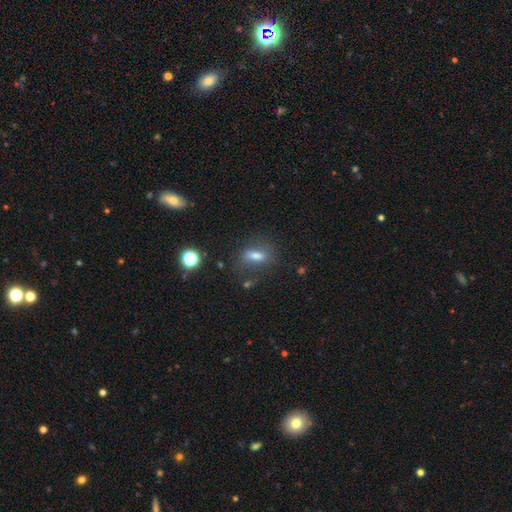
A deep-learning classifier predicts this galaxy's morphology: This appears to be a smooth galaxy with no disk features (68%) that is in between round and cigar-shaped (58%). Merging: none (73%).